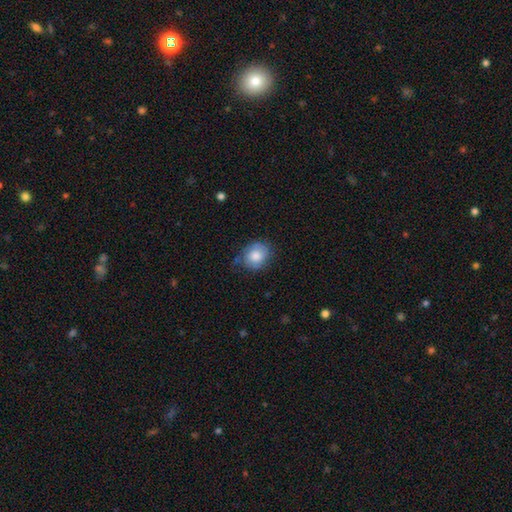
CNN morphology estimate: type=smooth (74%); roundness=round (61%); merging=none (62%).